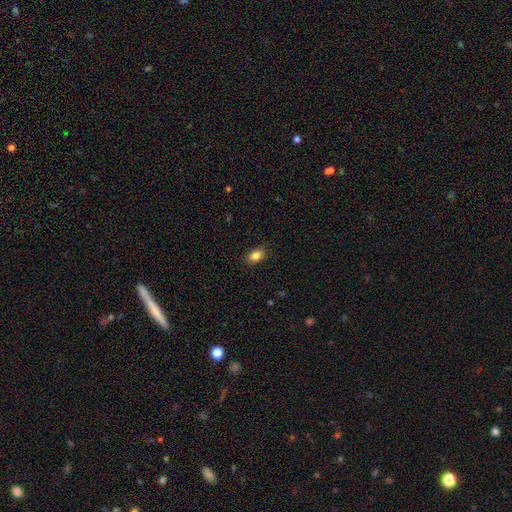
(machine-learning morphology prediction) This is clearly a smooth galaxy (85%). How rounded: clearly in between (83%). Merging: clearly none (87%).